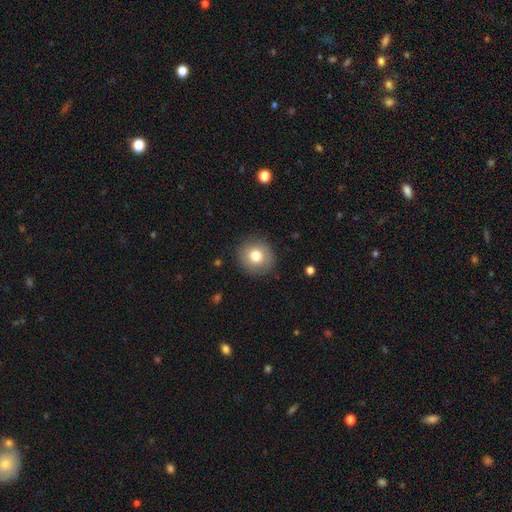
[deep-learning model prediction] Smooth or featured? Predicted: smooth (p=0.78). How rounded? Predicted: round (p=0.90). Merging? Predicted: none (p=0.87).